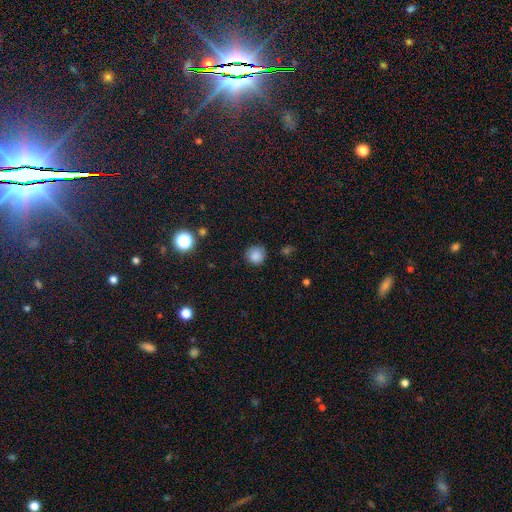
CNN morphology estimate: This is clearly a smooth galaxy (84%). How rounded: clearly round (91%). Merging: clearly none (82%).